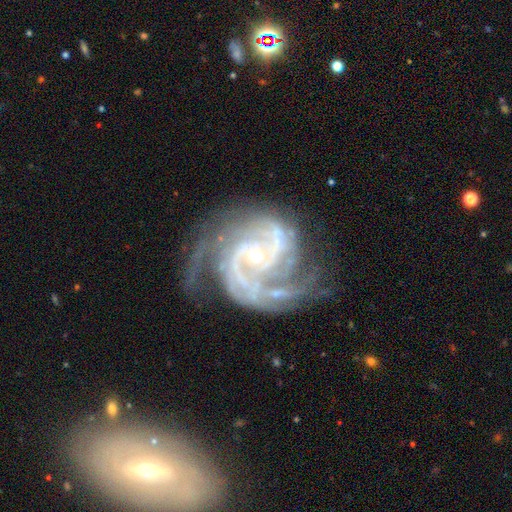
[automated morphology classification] Smooth or featured: featured or disk — 92% (star or artifact — 5%)
Edge-on disk: no — 98% (yes — 2%)
Bar: no — 55% (weak — 32%)
Spiral arms: yes — 98% (no — 2%)
Spiral winding: tight — 54% (medium — 38%)
Spiral arm count: 2 — 40% (3 — 23%)
Bulge size: small — 60% (moderate — 36%)
Merging: none — 55% (minor disturbance — 23%)